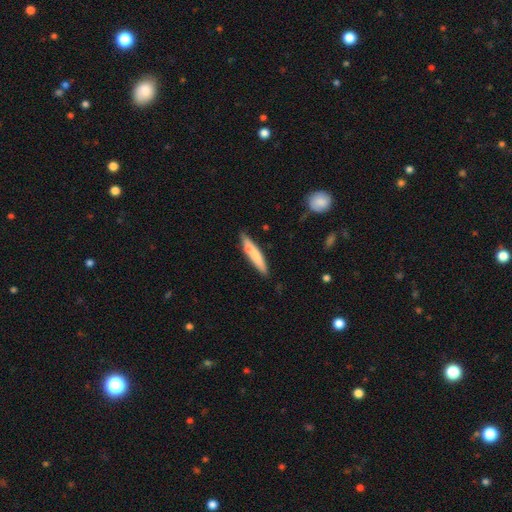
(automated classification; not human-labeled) smooth 67%, featured or disk 27%, star or artifact 6%. Down the decision tree: how rounded — cigar-shaped (88%); merging — none (71%).